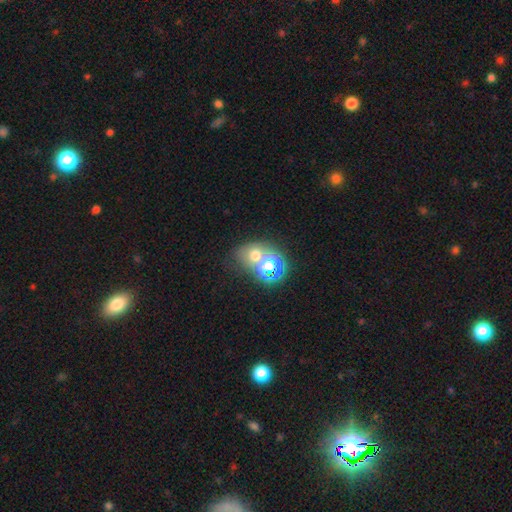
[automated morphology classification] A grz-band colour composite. It shows a smooth galaxy with no disk features (56%) that is round (61%). Merging: none (44%).